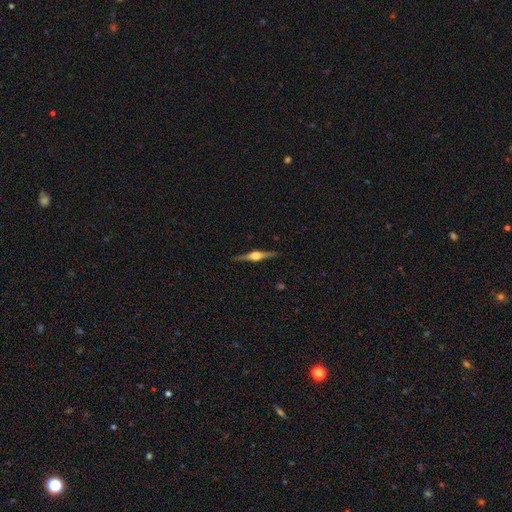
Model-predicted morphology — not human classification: Overall: featured or disk (84%). Edge-on disk: yes (98%). Edge-on bulge: rounded (92%). Merging: none (91%).